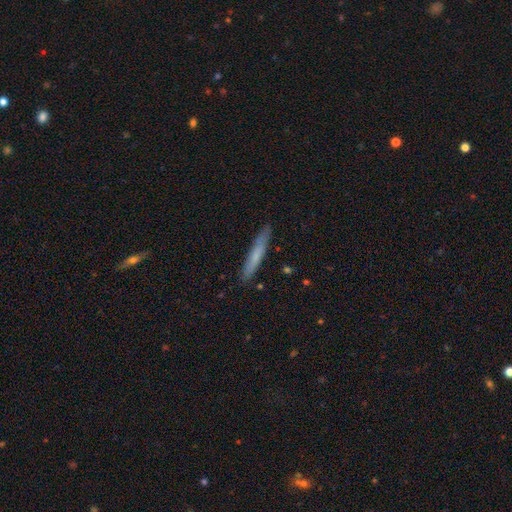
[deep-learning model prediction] Smooth or featured?
  - smooth: 66% *
  - featured or disk: 28%
  - star or artifact: 6%
How rounded?
  - cigar-shaped: 95% *
  - in between: 4%
  - round: 1%
Merging?
  - none: 87% *
  - minor disturbance: 10%
  - major disturbance: 2%
  - merger: 1%